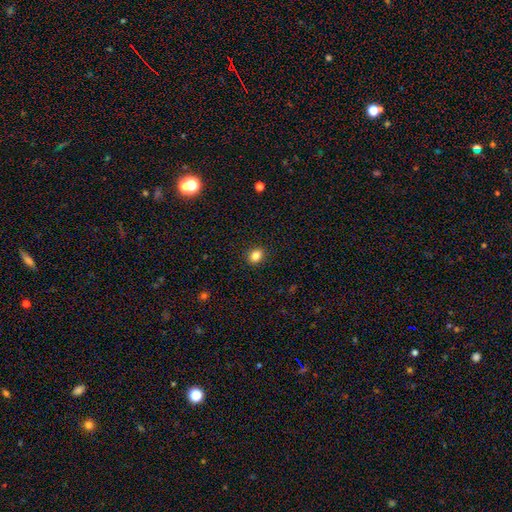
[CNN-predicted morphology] This appears to be a smooth galaxy with no disk features (84%) that is in between round and cigar-shaped (51%). Merging: none (91%).